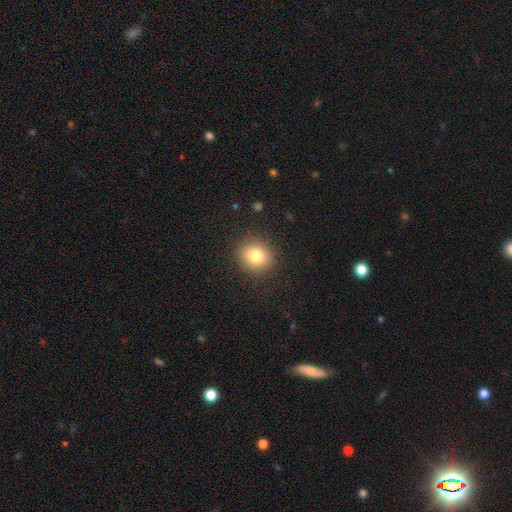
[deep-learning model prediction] A smooth galaxy with no disk features (79%) that is round (86%). Merging: none (90%).